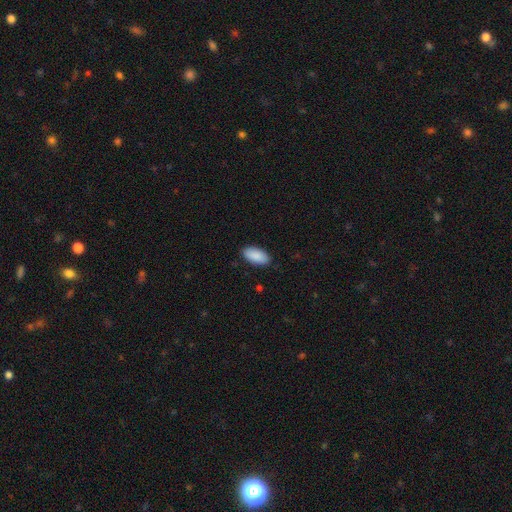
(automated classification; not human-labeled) The model was most divided on "merging": none: 88%, minor disturbance: 9%, major disturbance: 2%, merger: 1%. More confident: how rounded — in between (93%); smooth or featured — smooth (91%).